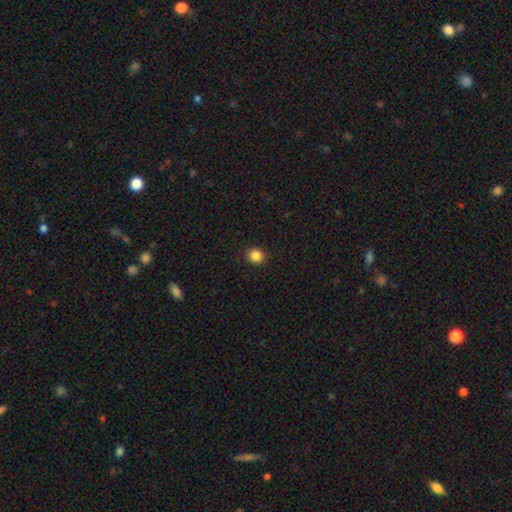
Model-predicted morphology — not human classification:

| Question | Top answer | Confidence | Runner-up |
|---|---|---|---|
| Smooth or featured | smooth | 86% | star or artifact (11%) |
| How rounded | round | 88% | in between (11%) |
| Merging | none | 92% | minor disturbance (5%) |